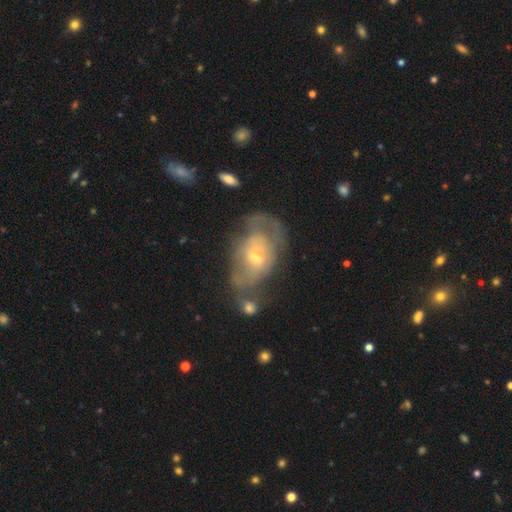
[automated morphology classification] smooth_or_featured: featured or disk (p=0.68) [alt: smooth p=0.24]
disk_edge_on: no (p=0.93) [alt: yes p=0.07]
bar: no (p=0.65) [alt: weak p=0.28]
has_spiral_arms: yes (p=0.68) [alt: no p=0.32]
bulge_size: small (p=0.48) [alt: moderate p=0.46]
merging: none (p=0.47) [alt: minor disturbance p=0.25]